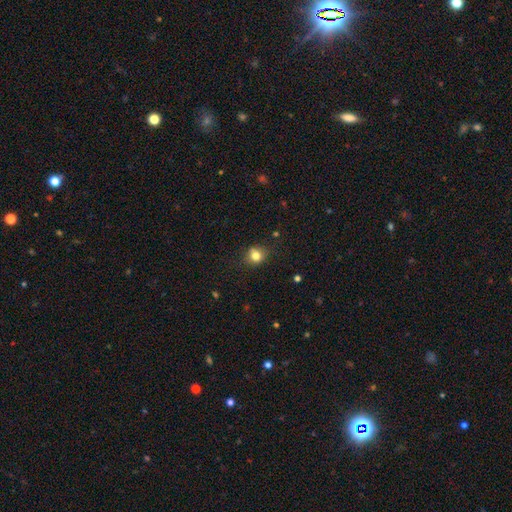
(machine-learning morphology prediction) This is likely a smooth galaxy (79%). How rounded: likely round (73%). Merging: likely none (75%).